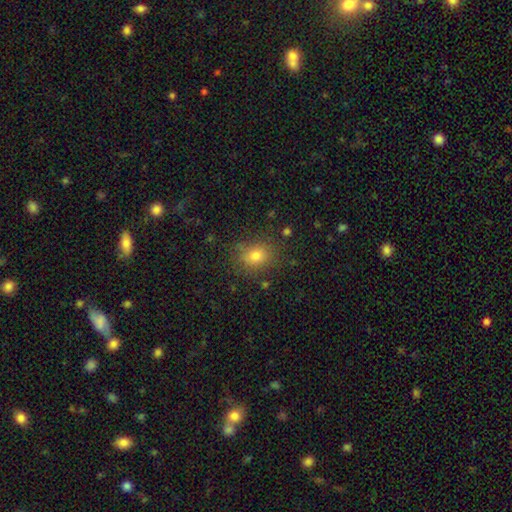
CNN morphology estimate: This appears to be a smooth galaxy with no disk features (78%) that is round (52%). Merging: none (80%).